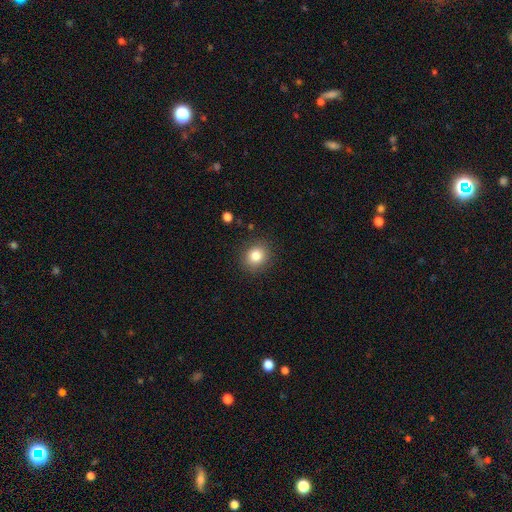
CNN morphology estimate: type=smooth (82%); roundness=round (77%); merging=none (88%).